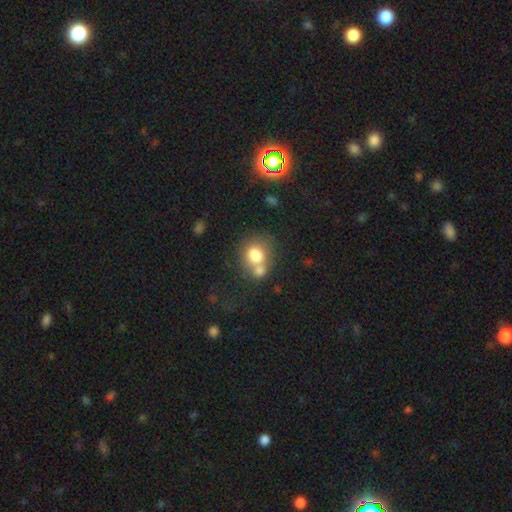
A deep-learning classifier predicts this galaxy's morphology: Smooth or featured: smooth — 74% (featured or disk — 16%)
How rounded: round — 57% (in between — 42%)
Merging: merger — 49% (none — 34%)